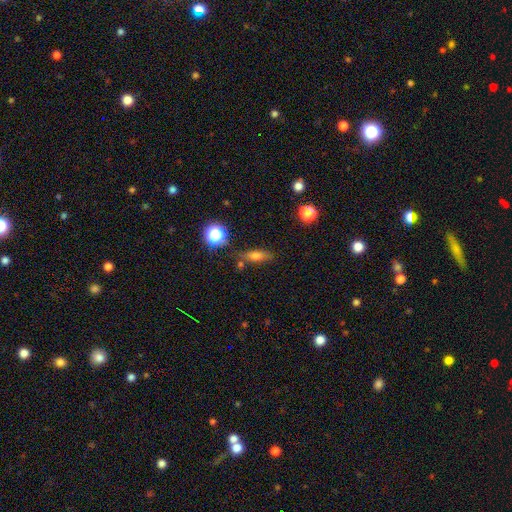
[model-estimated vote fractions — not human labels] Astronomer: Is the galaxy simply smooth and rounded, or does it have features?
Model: smooth — 64%.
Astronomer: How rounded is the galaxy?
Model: in between — 46% (runner-up: cigar-shaped, 43%).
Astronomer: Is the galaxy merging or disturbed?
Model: none — 74%.